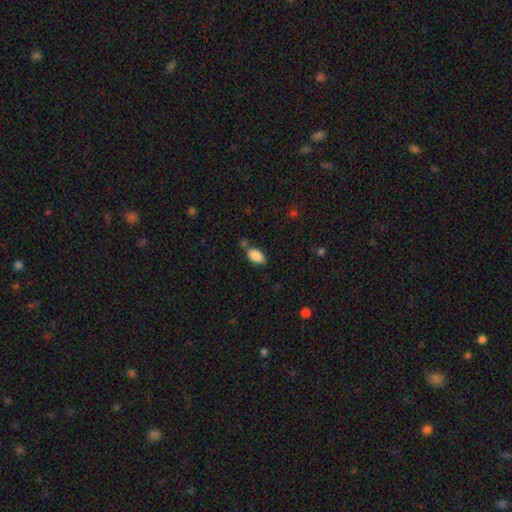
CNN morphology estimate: This is clearly a smooth galaxy (88%). How rounded: clearly in between (93%). Merging: likely none (67%).